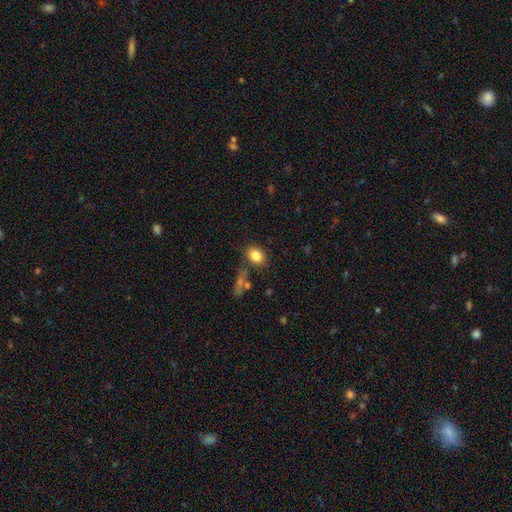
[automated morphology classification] Overall: smooth (83%). How rounded: in between (58%; round 40%). Merging: none (76%).